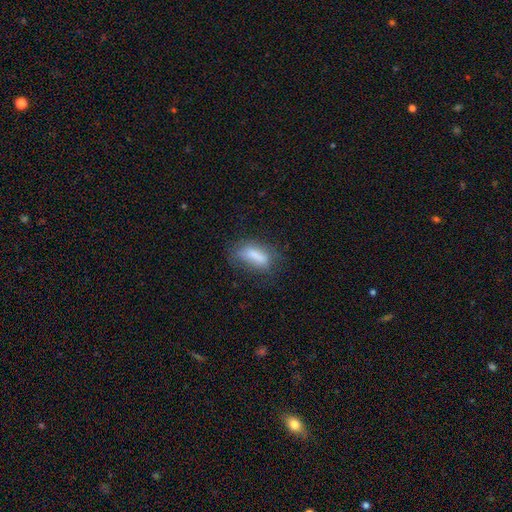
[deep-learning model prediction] Smooth or featured: smooth — 75% (featured or disk — 16%)
How rounded: in between — 62% (cigar-shaped — 34%)
Merging: none — 56% (minor disturbance — 26%)